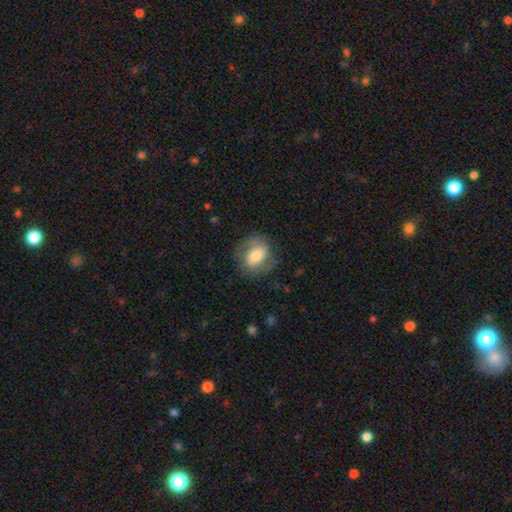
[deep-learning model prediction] A smooth galaxy with no disk features (52%) that is in between round and cigar-shaped (53%). Merging: none (71%).